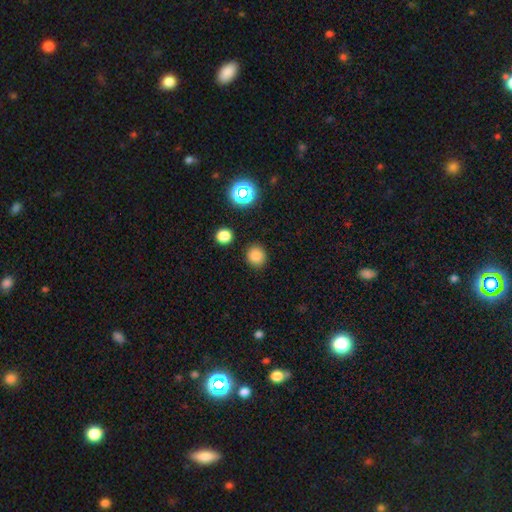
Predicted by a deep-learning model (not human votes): Overall: smooth (82%). How rounded: round (86%). Merging: none (89%).